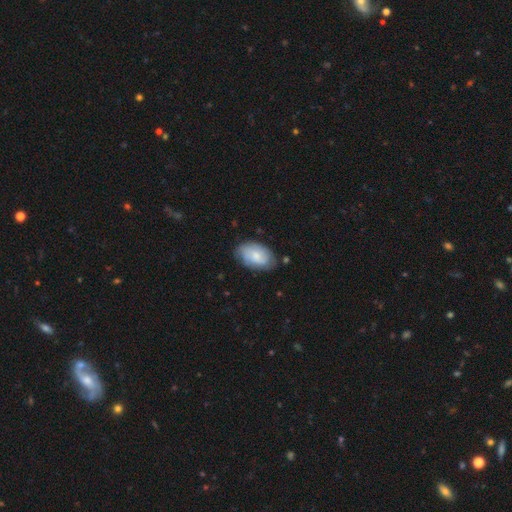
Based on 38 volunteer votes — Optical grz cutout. It shows a smooth galaxy with no disk features (87%) that is in between round and cigar-shaped (82%). Merging: none (76%).